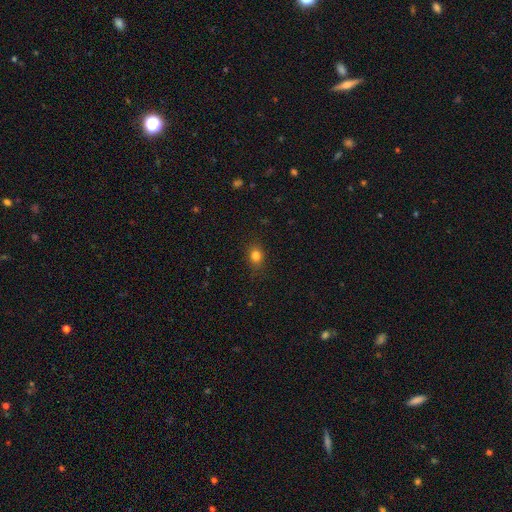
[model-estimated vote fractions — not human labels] The model was most divided on "how rounded": round: 51%, in between: 48%, cigar-shaped: 1%. More confident: merging — none (86%); smooth or featured — smooth (82%).